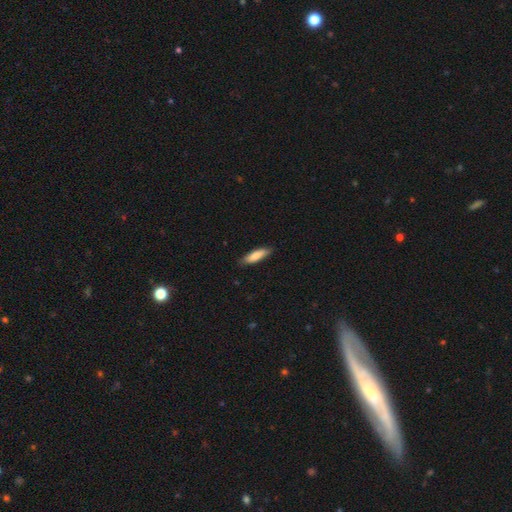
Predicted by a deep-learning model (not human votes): Smooth or featured?
  - smooth: 80% *
  - featured or disk: 14%
  - star or artifact: 6%
How rounded?
  - cigar-shaped: 64% *
  - in between: 35%
  - round: 1%
Merging?
  - none: 87% *
  - minor disturbance: 11%
  - major disturbance: 2%
  - merger: 1%